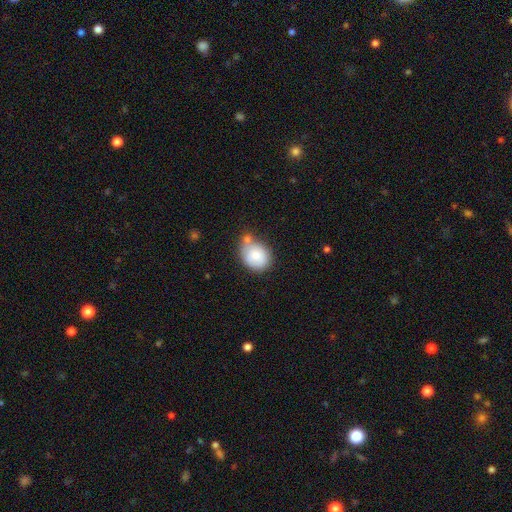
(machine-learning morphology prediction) smooth 79%, featured or disk 14%, star or artifact 7%. Down the decision tree: how rounded — round (61%); merging — none (49%).